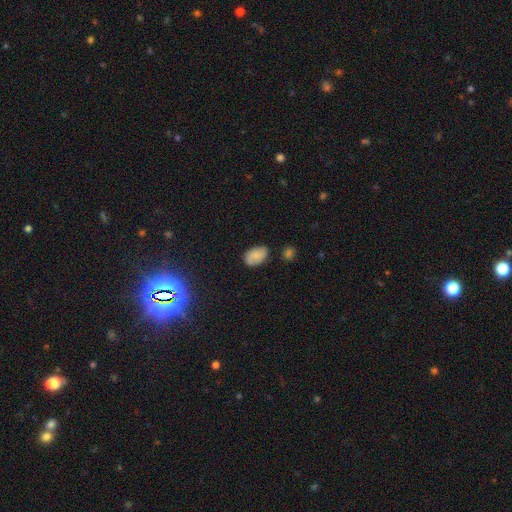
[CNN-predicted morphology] type=smooth (75%); roundness=in between (89%); merging=none (75%).